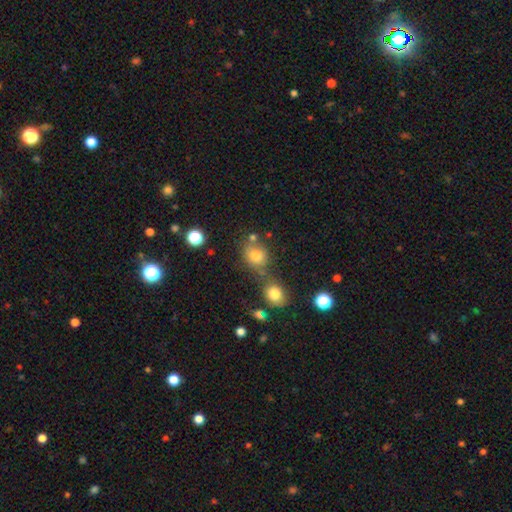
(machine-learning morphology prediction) smooth-or-featured: smooth: 76% | star or artifact: 14% | featured or disk: 10%
  how-rounded: round: 65% | in between: 33% | cigar-shaped: 1%
  merging: none: 56% | merger: 24% | minor disturbance: 14% | major disturbance: 6%